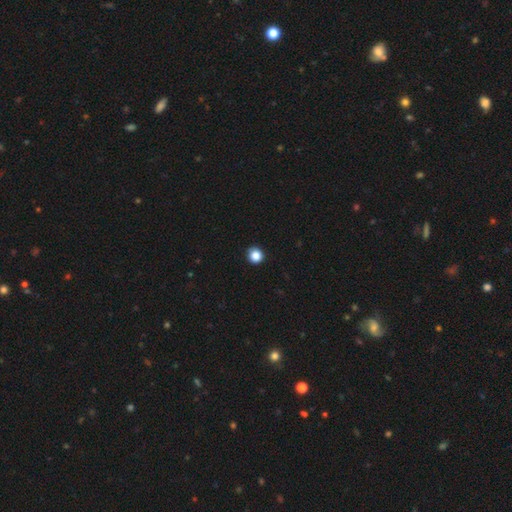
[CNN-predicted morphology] smooth-or-featured: smooth: 86% | star or artifact: 11% | featured or disk: 3%
  how-rounded: round: 94% | in between: 5% | cigar-shaped: 1%
  merging: none: 91% | minor disturbance: 7% | major disturbance: 2% | merger: 1%